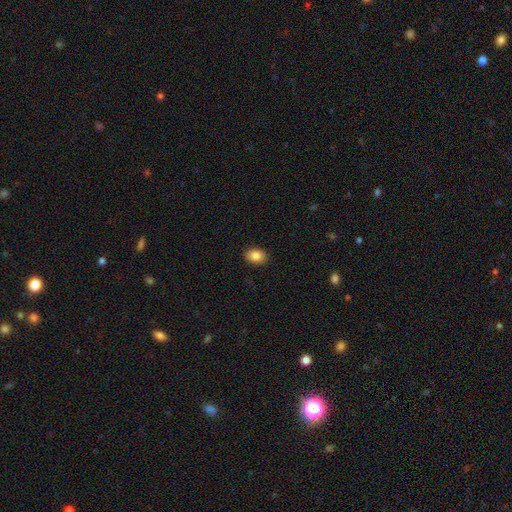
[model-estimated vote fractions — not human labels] The model was most divided on "how rounded": in between: 69%, round: 30%, cigar-shaped: 1%. More confident: merging — none (90%); smooth or featured — smooth (85%).